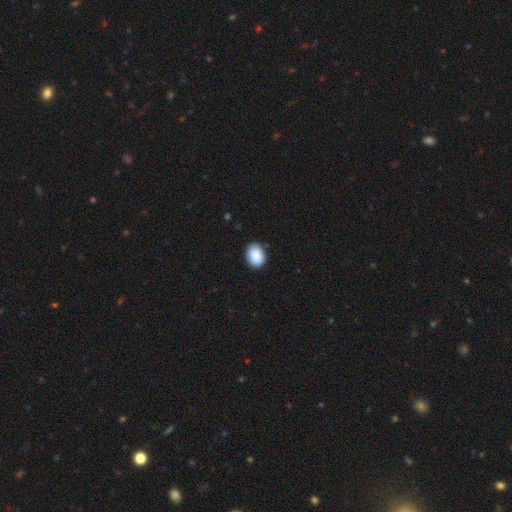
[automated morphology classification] Smooth or featured?
  - smooth: 89% *
  - star or artifact: 7%
  - featured or disk: 4%
How rounded?
  - in between: 66% *
  - round: 33%
  - cigar-shaped: 1%
Merging?
  - none: 85% *
  - minor disturbance: 12%
  - major disturbance: 2%
  - merger: 1%